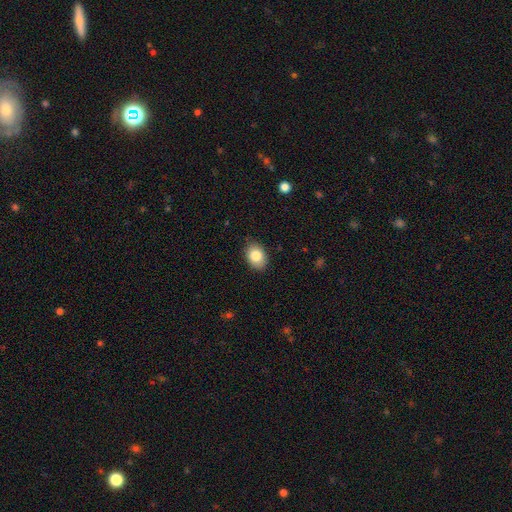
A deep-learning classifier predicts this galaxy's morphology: type=smooth (83%); roundness=in between (74%); merging=none (85%).